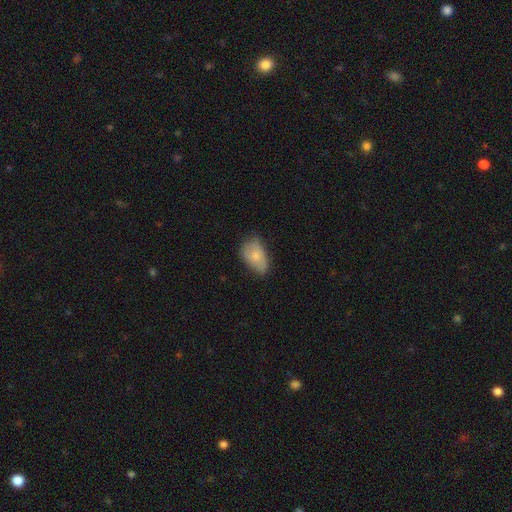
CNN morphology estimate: smooth_or_featured: smooth (p=0.74) [alt: featured or disk p=0.19]
how_rounded: in between (p=0.90) [alt: round p=0.09]
merging: none (p=0.48) [alt: minor disturbance p=0.39]